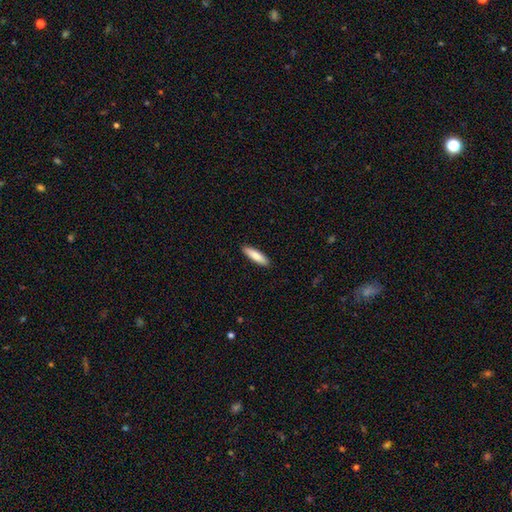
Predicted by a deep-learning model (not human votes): Smooth or featured?
  - smooth: 83% *
  - featured or disk: 12%
  - star or artifact: 5%
How rounded?
  - cigar-shaped: 72% *
  - in between: 26%
  - round: 1%
Merging?
  - none: 91% *
  - minor disturbance: 7%
  - major disturbance: 1%
  - merger: 1%